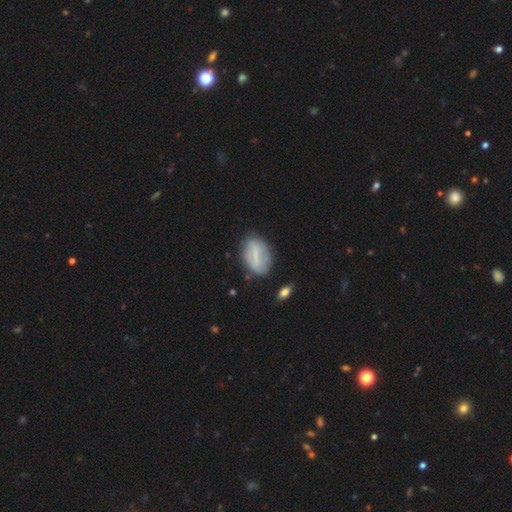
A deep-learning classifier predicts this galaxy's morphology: This appears to be a smooth galaxy with no disk features (50%). Merging: none (72%).